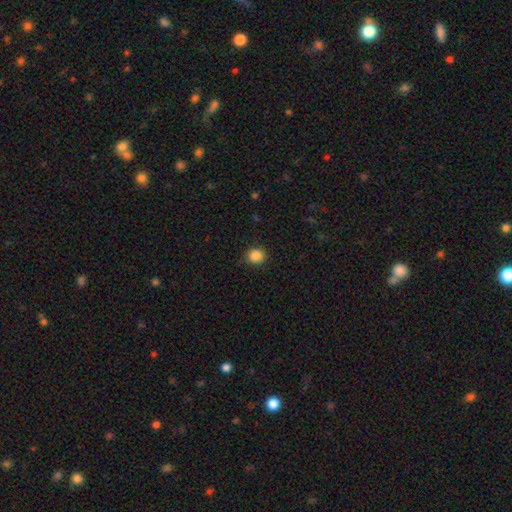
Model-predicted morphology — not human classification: smooth-or-featured: smooth: 86% | star or artifact: 10% | featured or disk: 3%
  how-rounded: round: 89% | in between: 11% | cigar-shaped: 1%
  merging: none: 89% | minor disturbance: 8% | major disturbance: 2% | merger: 1%